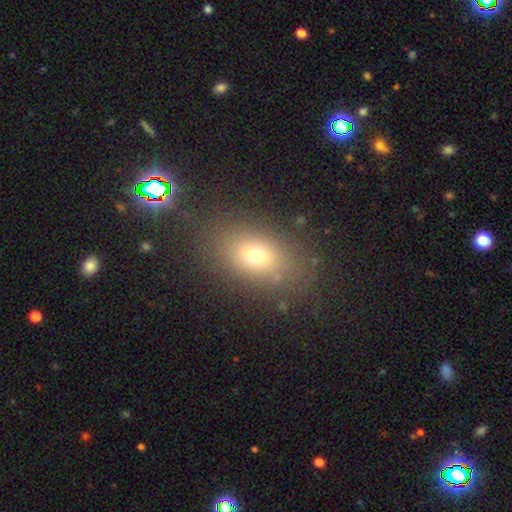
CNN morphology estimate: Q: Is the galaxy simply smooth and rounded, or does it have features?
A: smooth — 69%.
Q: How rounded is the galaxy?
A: in between — 75%.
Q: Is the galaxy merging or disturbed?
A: none — 81%.